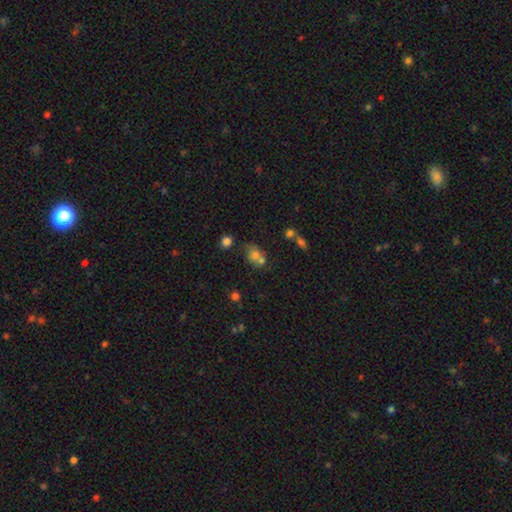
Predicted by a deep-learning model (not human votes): smooth_or_featured: smooth (p=0.66) [alt: star or artifact p=0.18]
how_rounded: round (p=0.49) [tied with: in between p=0.49]
merging: none (p=0.40) [alt: merger p=0.39]